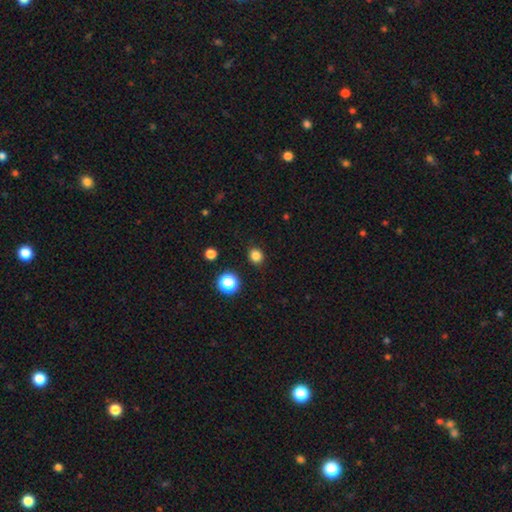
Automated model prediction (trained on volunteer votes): smooth-or-featured: smooth: 82% | star or artifact: 14% | featured or disk: 4%
  how-rounded: round: 79% | in between: 20% | cigar-shaped: 1%
  merging: none: 89% | minor disturbance: 7% | major disturbance: 2% | merger: 1%